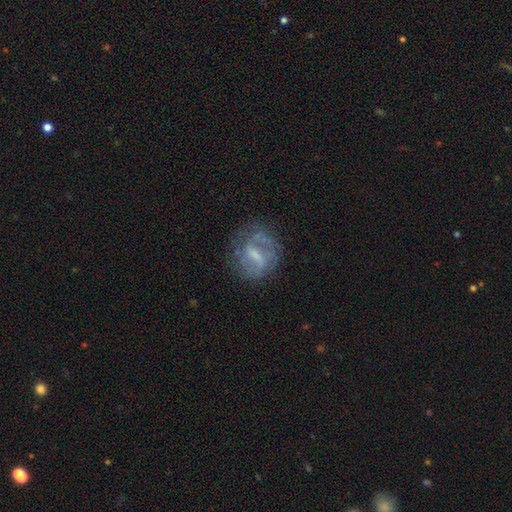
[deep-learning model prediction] smooth-or-featured: featured or disk: 73% | smooth: 19% | star or artifact: 7%
  disk-edge-on: no: 97% | yes: 3%
    bar: weak: 54% | strong: 32% | no: 15%
    has-spiral-arms: yes: 80% | no: 20%
      spiral-winding: medium: 46% | tight: 28% | loose: 27%
      spiral-arm-count: 2: 67% | can't tell: 18% | 1: 7% | 3: 5% | 4: 2% | more than 4: 2%
    bulge-size: small: 46% | moderate: 30% | none: 20% | large: 3% | dominant: 1%
  merging: none: 65% | minor disturbance: 20% | major disturbance: 13% | merger: 2%